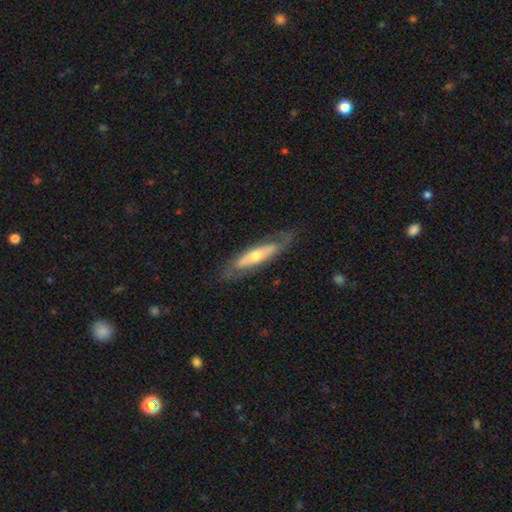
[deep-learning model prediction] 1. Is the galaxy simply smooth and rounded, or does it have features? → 60% featured or disk, 35% smooth, 5% star or artifact.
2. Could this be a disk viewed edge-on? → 56% no, 44% yes.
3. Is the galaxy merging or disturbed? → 72% none, 18% minor disturbance, 8% major disturbance, 1% merger.